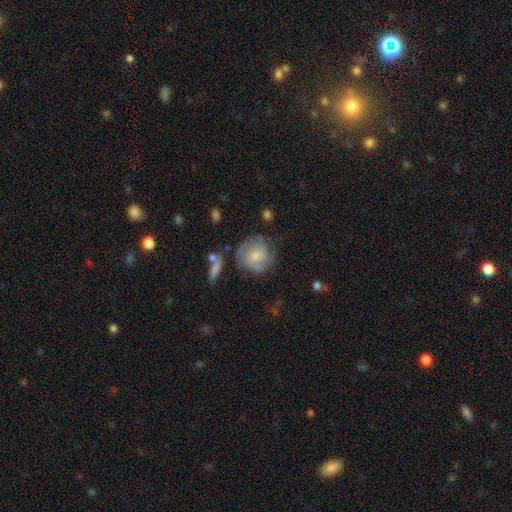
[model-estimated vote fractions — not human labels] Smooth or featured? Predicted: smooth (p=0.50). How rounded? Predicted: round (p=0.87). Merging? Predicted: none (p=0.64).